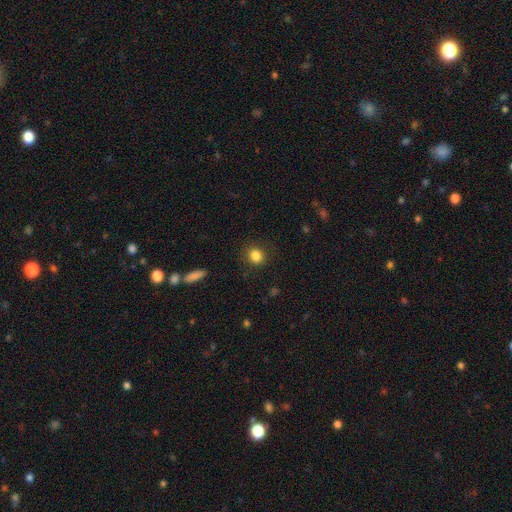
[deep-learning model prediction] smooth 85%, star or artifact 10%, featured or disk 5%. Down the decision tree: how rounded — round (76%); merging — none (87%).